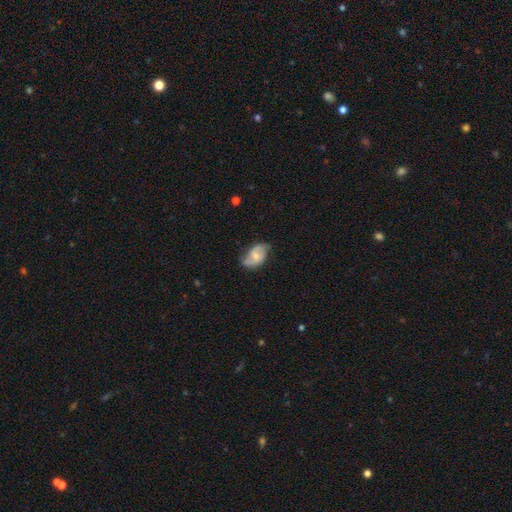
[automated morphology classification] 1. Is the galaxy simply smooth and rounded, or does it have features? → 64% featured or disk, 29% smooth, 6% star or artifact.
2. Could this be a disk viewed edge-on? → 96% no, 4% yes.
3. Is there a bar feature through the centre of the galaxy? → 53% no, 39% weak, 8% strong.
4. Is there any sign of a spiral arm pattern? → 89% yes, 11% no.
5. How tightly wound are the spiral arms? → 43% medium, 38% loose, 19% tight.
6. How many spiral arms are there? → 85% 2, 9% can't tell, 3% 1, 2% 3, 1% 4, 1% more than 4.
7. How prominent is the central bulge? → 46% moderate, 45% small, 5% none, 3% large, 1% dominant.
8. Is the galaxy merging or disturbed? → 66% none, 26% minor disturbance, 7% major disturbance, 2% merger.